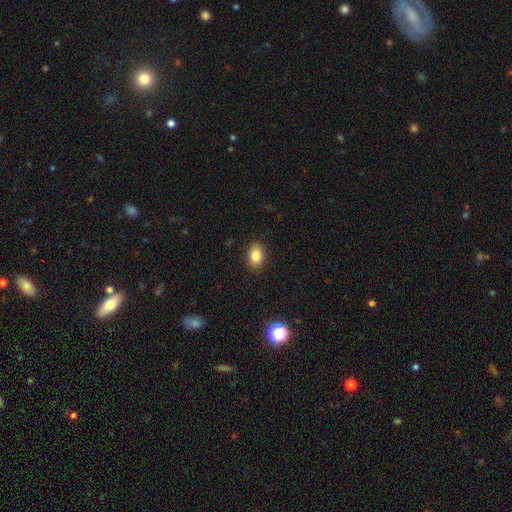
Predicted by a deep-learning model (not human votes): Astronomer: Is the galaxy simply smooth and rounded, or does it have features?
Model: smooth — 82%.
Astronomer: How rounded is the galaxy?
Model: in between — 74%.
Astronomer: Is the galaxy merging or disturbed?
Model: none — 88%.